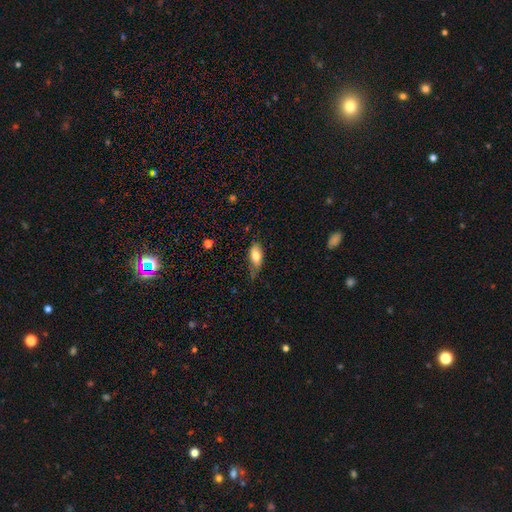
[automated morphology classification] type=smooth (78%); roundness=in between (87%); merging=none (50%).